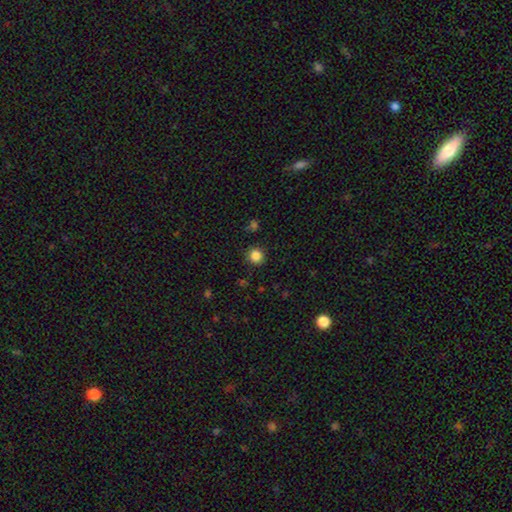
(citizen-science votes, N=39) Morphology: type=smooth (90%); roundness=round (97%); merging=none (89%).